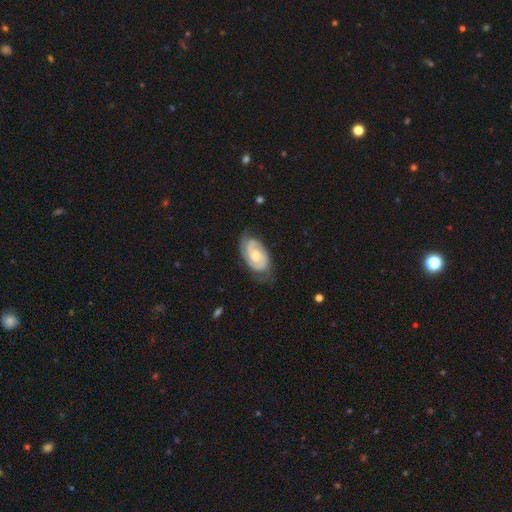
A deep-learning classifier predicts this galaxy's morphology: A featured or disk galaxy (76%) with no bar (62%), 2 (78%) tight (56%) spiral arms (94%) and a moderate central bulge (51%).

Vote fractions:
- Smooth or featured? featured or disk: 76% / smooth: 18% / star or artifact: 5%
- Edge-on disk? no: 96% / yes: 4%
- Bar? no: 62% / weak: 32% / strong: 6%
- Spiral arms? yes: 94% / no: 6%
- Spiral winding? tight: 56% / medium: 35% / loose: 9%
- Spiral arm count? 2: 78% / can't tell: 12% / 3: 4% / 1: 4% / 4: 1% / more than 4: 1%
- Bulge size? moderate: 51% / small: 38% / none: 5% / large: 5% / dominant: 1%
- Merging? none: 69% / minor disturbance: 23% / major disturbance: 7% / merger: 1%